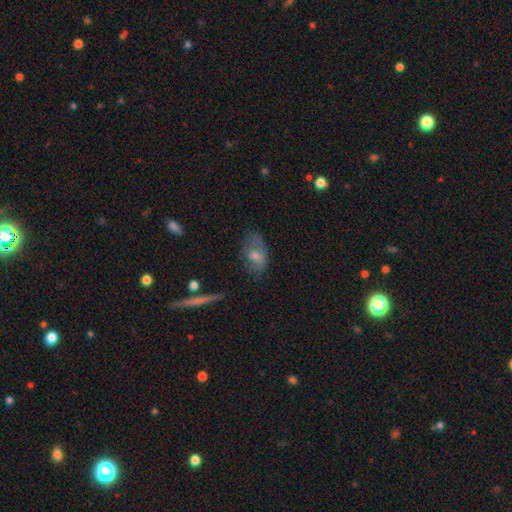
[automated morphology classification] smooth 53%, featured or disk 36%, star or artifact 11%. Down the decision tree: how rounded — in between (85%); merging — none (57%).